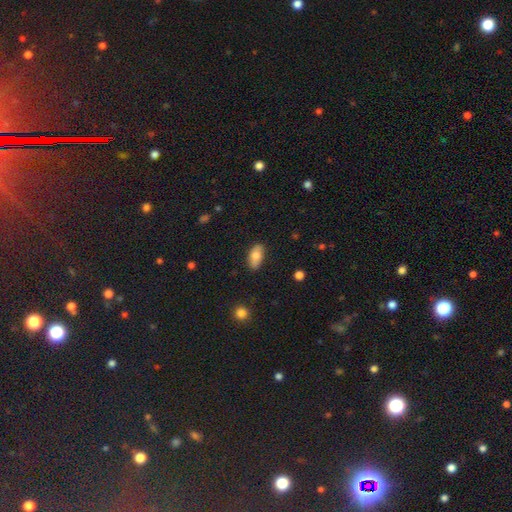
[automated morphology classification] Smooth or featured? Predicted: smooth (p=0.76). How rounded? Predicted: in between (p=0.90). Merging? Predicted: none (p=0.83).